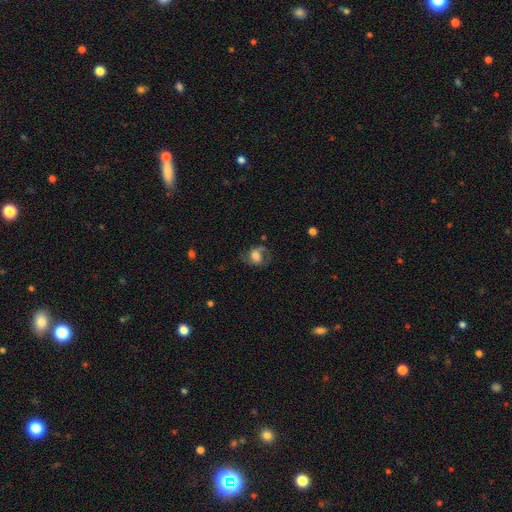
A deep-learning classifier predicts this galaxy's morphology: A featured or disk galaxy (45%, tied with smooth).

Vote fractions:
- Smooth or featured? featured or disk: 45% (tied) / smooth: 45% (tied) / star or artifact: 10%
- Merging? none: 53% / minor disturbance: 22% / major disturbance: 21% / merger: 4%